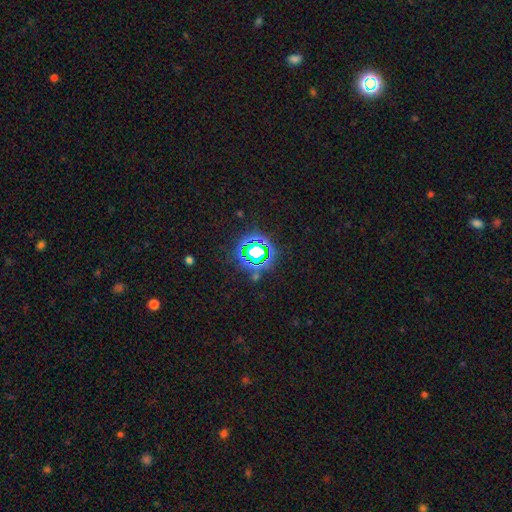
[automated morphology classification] type=star or artifact (73%).